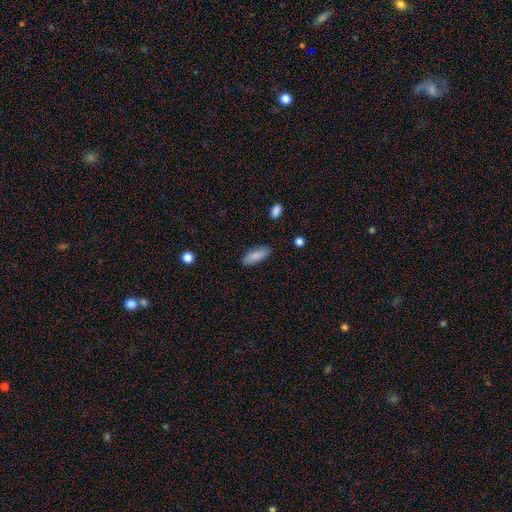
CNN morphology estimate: type=smooth (85%); roundness=in between (65%); merging=none (83%).